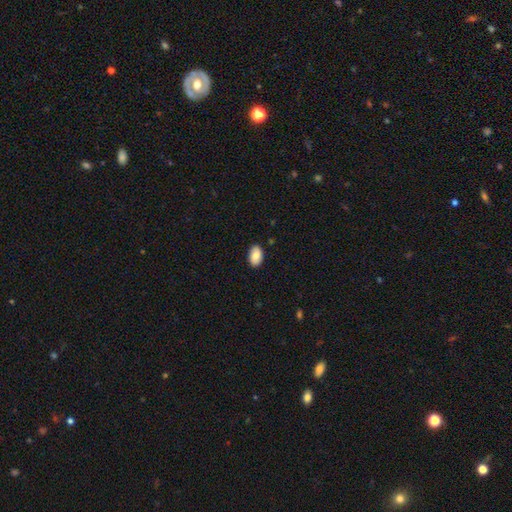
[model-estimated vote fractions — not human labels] smooth_or_featured: smooth (p=0.84) [alt: featured or disk p=0.09]
how_rounded: in between (p=0.91) [alt: round p=0.08]
merging: none (p=0.87) [alt: minor disturbance p=0.10]